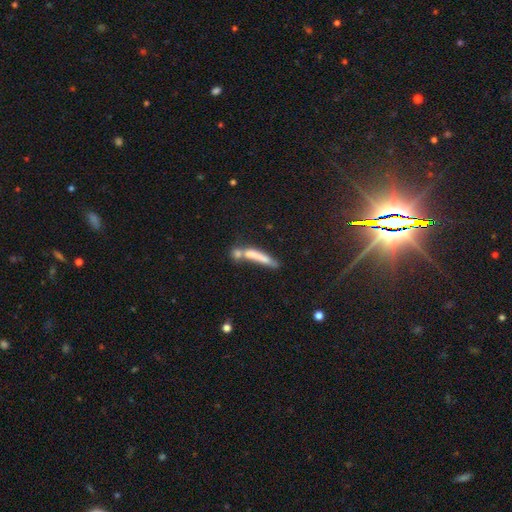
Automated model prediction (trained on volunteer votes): A smooth galaxy with no disk features (61%) that is cigar-shaped (87%). Merging: none (38%).